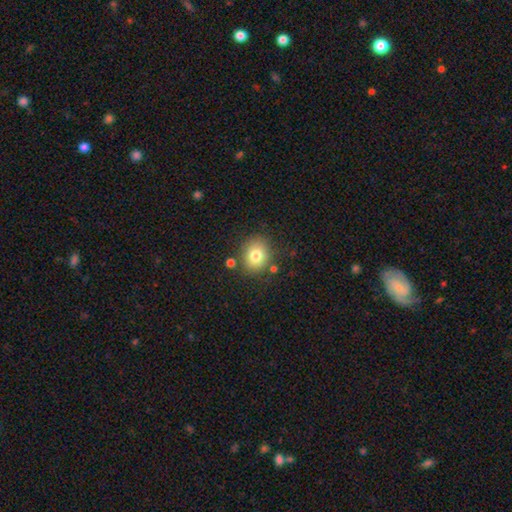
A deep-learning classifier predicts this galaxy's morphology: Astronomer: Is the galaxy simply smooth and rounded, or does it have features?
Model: smooth — 79%.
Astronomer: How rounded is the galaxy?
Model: round — 67%.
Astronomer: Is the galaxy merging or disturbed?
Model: none — 79%.